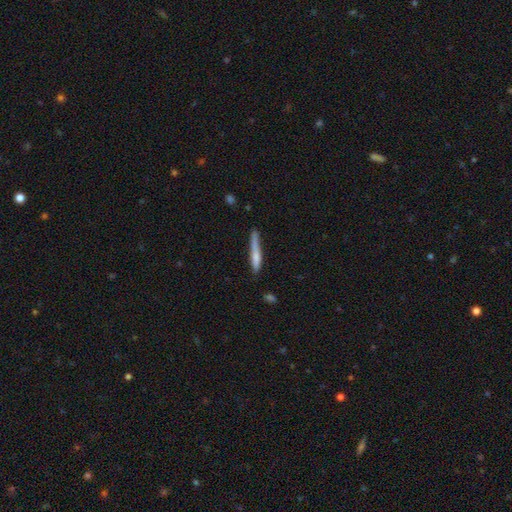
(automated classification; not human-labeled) Smooth or featured: smooth — 65% (featured or disk — 29%)
How rounded: cigar-shaped — 93% (in between — 6%)
Merging: none — 59% (minor disturbance — 28%)